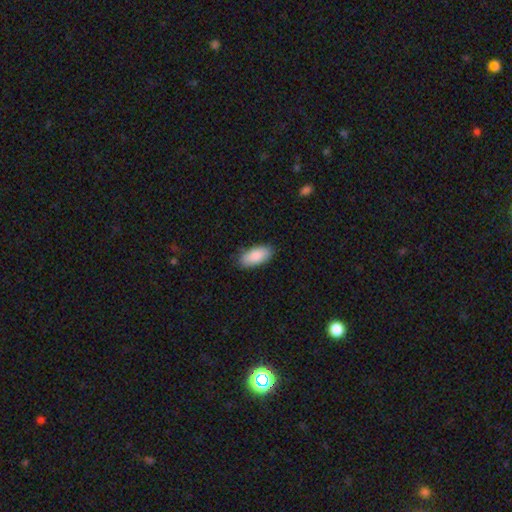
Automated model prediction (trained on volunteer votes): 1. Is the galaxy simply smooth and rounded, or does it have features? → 88% smooth, 6% featured or disk, 6% star or artifact.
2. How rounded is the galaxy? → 91% in between, 7% cigar-shaped, 2% round.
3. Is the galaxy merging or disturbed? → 85% none, 11% minor disturbance, 2% major disturbance, 1% merger.